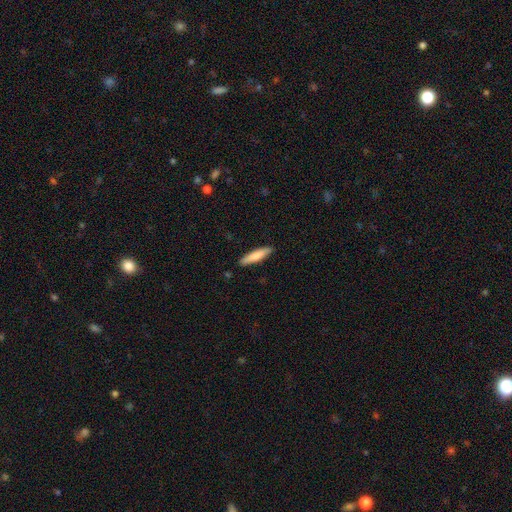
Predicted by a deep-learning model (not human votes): smooth-or-featured: smooth: 79% | featured or disk: 16% | star or artifact: 5%
  how-rounded: cigar-shaped: 82% | in between: 16% | round: 1%
  merging: none: 88% | minor disturbance: 9% | major disturbance: 2% | merger: 1%